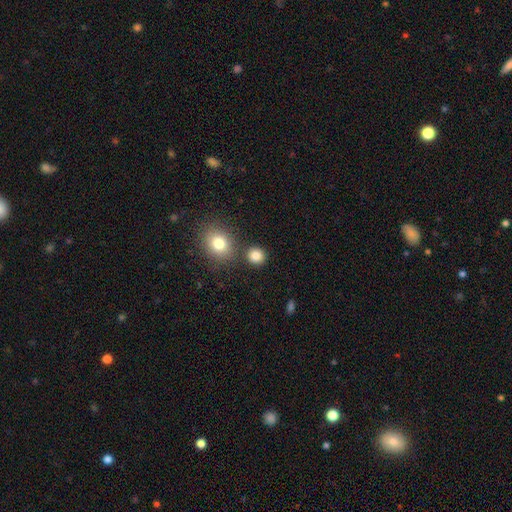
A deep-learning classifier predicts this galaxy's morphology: This appears to be a smooth galaxy with no disk features (83%) that is round (86%). Merging: none (81%).